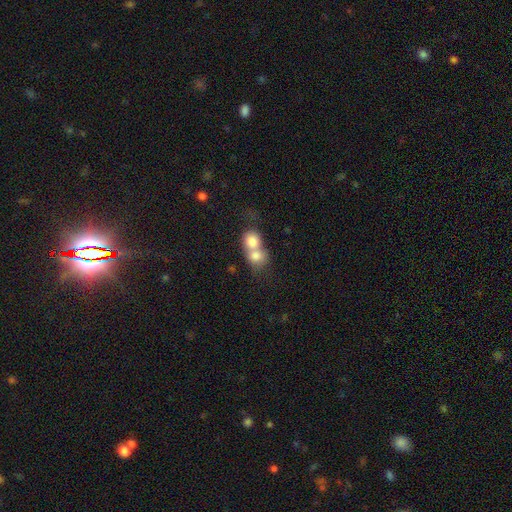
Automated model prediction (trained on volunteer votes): Morphology: type=smooth (76%); roundness=round (69%); merging=merger (76%).